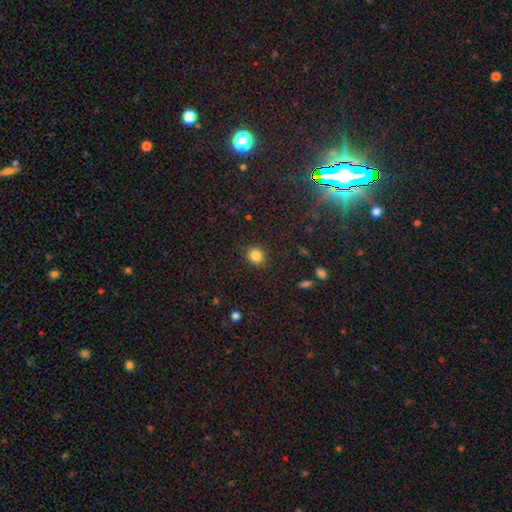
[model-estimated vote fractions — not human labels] smooth-or-featured: smooth: 84% | star or artifact: 11% | featured or disk: 5%
  how-rounded: round: 82% | in between: 17% | cigar-shaped: 1%
  merging: none: 87% | minor disturbance: 9% | major disturbance: 3% | merger: 1%